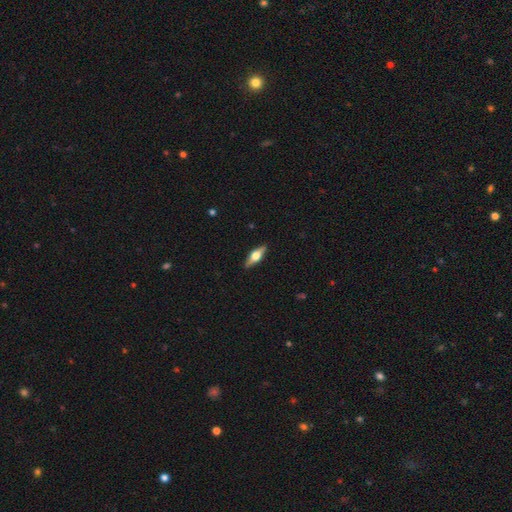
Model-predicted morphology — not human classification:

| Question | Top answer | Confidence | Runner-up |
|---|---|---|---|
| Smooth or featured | featured or disk | 60% | smooth (35%) |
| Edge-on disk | yes | 94% | no (6%) |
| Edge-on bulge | rounded | 94% | boxy (5%) |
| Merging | none | 89% | minor disturbance (8%) |